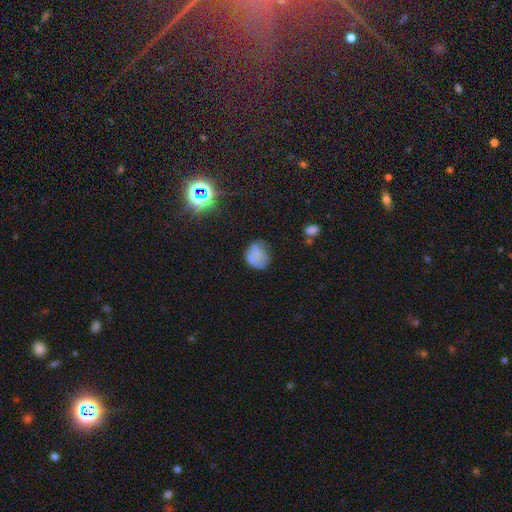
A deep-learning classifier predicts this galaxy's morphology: This is likely a smooth galaxy (62%). How rounded: likely round (66%). Merging: possibly none (53%).